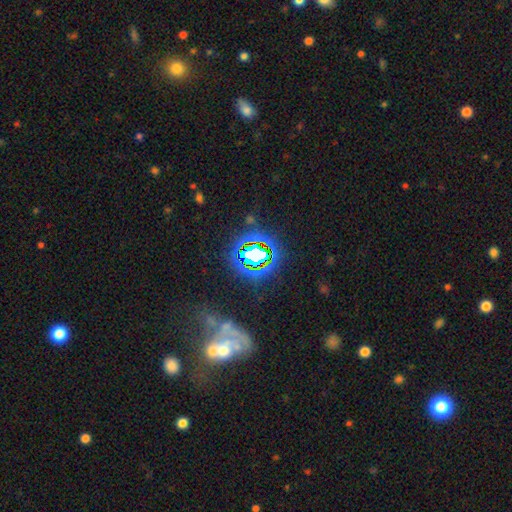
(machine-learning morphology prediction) The model was most divided on "smooth or featured": star or artifact: 68%, smooth: 17%, featured or disk: 14%.